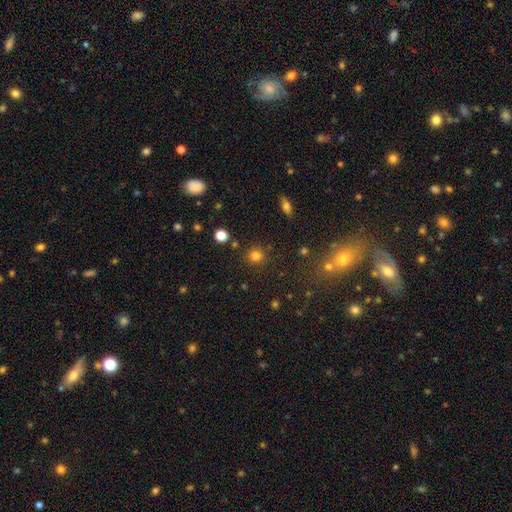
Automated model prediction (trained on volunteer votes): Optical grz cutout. It shows a smooth galaxy with no disk features (79%) that is round (91%). Merging: none (87%).